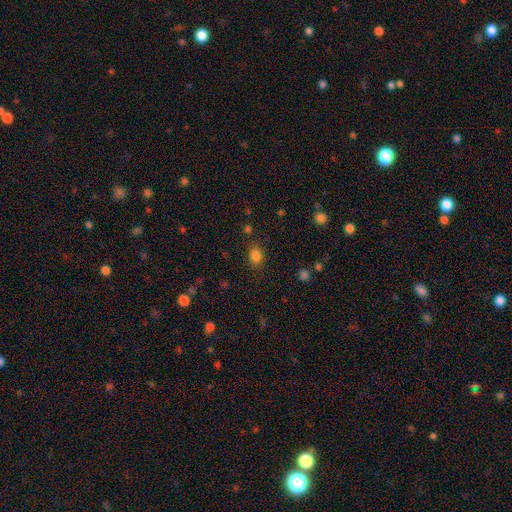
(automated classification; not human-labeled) Smooth or featured? smooth (82%)
How rounded? in between (56%)
Merging? none (81%)